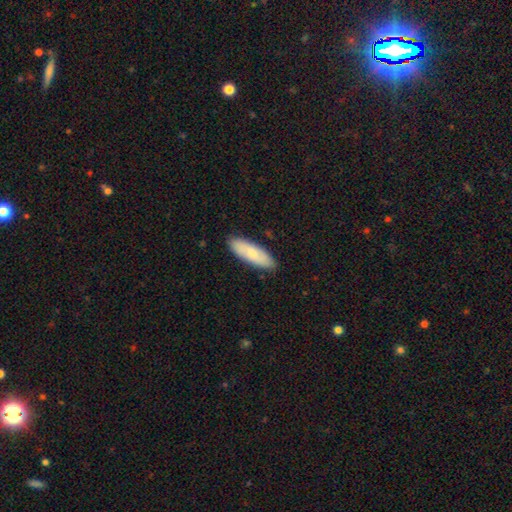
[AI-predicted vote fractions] Smooth or featured? smooth (77%)
How rounded? in between (61%)
Merging? none (87%)